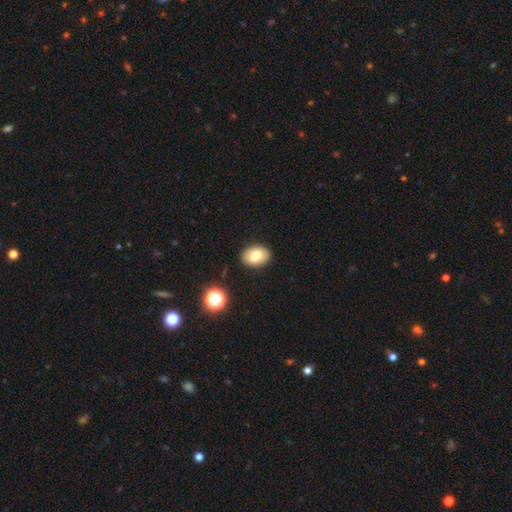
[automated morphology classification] type=smooth (78%); roundness=in between (83%); merging=none (88%).